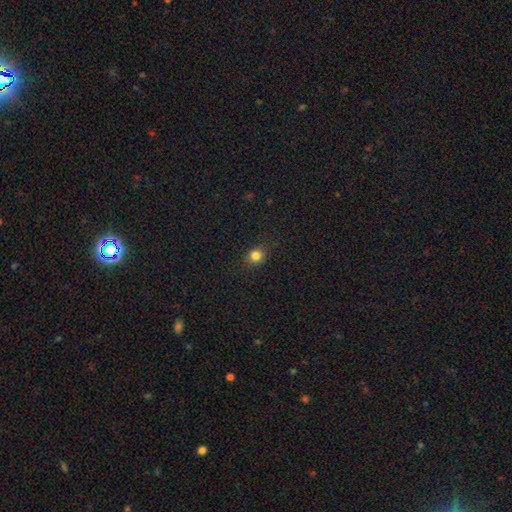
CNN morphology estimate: Smooth or featured? smooth (82%)
How rounded? round (82%)
Merging? none (88%)